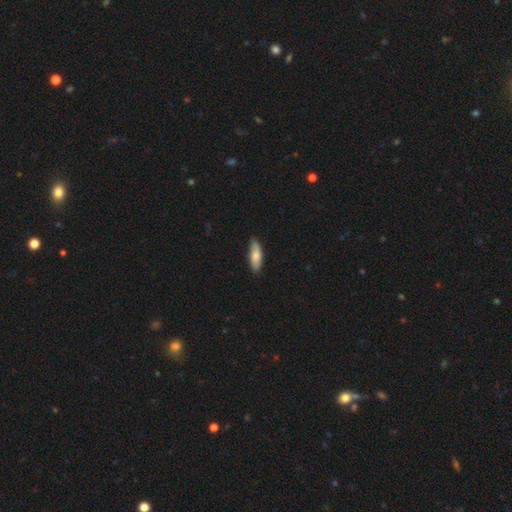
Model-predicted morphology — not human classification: The model was most divided on "how rounded": in between: 55%, cigar-shaped: 43%, round: 2%. More confident: merging — none (81%); smooth or featured — smooth (76%).